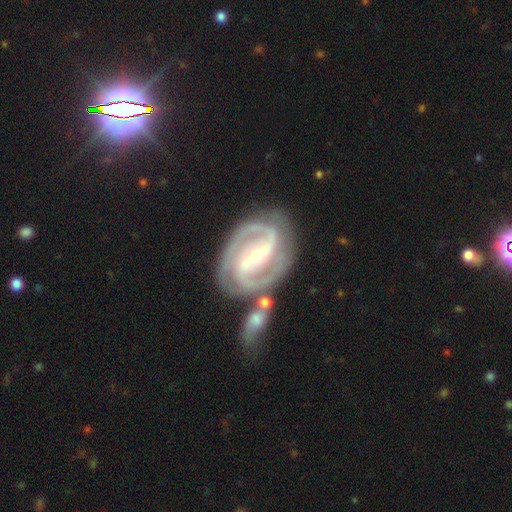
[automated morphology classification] A featured or disk galaxy (93%) with a strong bar (61%), 2 (82%) medium (48%) spiral arms (98%) and a small central bulge (61%).

Vote fractions:
- Smooth or featured? featured or disk: 93% / star or artifact: 4% / smooth: 3%
- Edge-on disk? no: 97% / yes: 3%
- Bar? strong: 61% / weak: 28% / no: 11%
- Spiral arms? yes: 98% / no: 2%
- Spiral winding? medium: 48% / tight: 44% / loose: 8%
- Spiral arm count? 2: 82% / 3: 10% / can't tell: 3% / 4: 2% / 1: 2% / more than 4: 2%
- Bulge size? small: 61% / moderate: 36% / large: 1% / none: 1% / dominant: 1%
- Merging? none: 69% / minor disturbance: 14% / merger: 12% / major disturbance: 5%